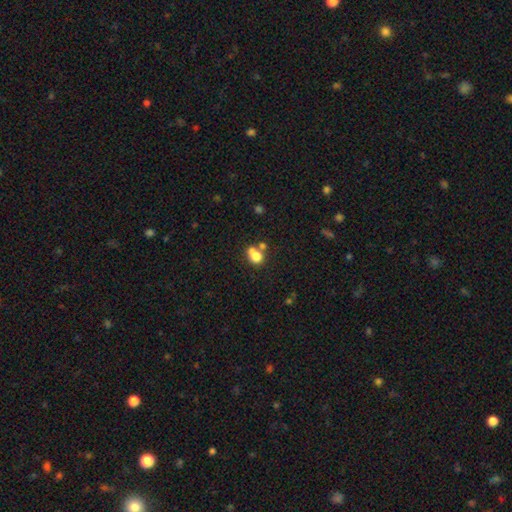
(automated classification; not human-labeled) Smooth or featured? Predicted: smooth (p=0.75). How rounded? Predicted: round (p=0.50). Merging? Predicted: merger (p=0.47).